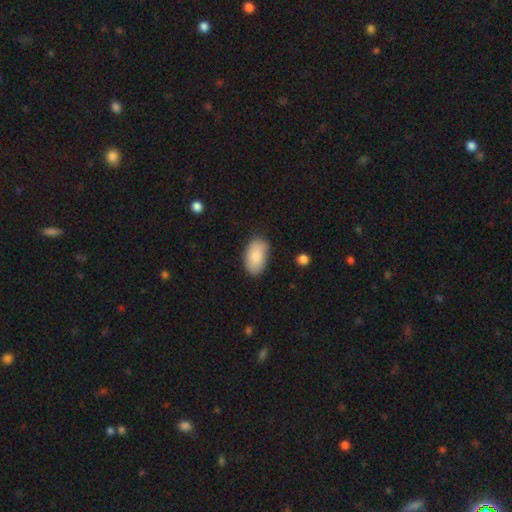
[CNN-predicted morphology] Q: Smooth or featured?
A: smooth (87%); runner-up: featured or disk (7%)
Q: How rounded?
A: in between (95%); runner-up: round (4%)
Q: Merging?
A: none (81%); runner-up: minor disturbance (15%)